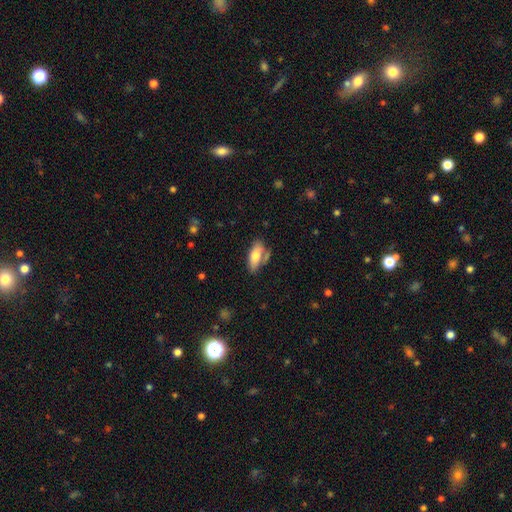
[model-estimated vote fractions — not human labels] This appears to be a smooth galaxy with no disk features (74%) that is in between round and cigar-shaped (80%). Merging: none (60%).